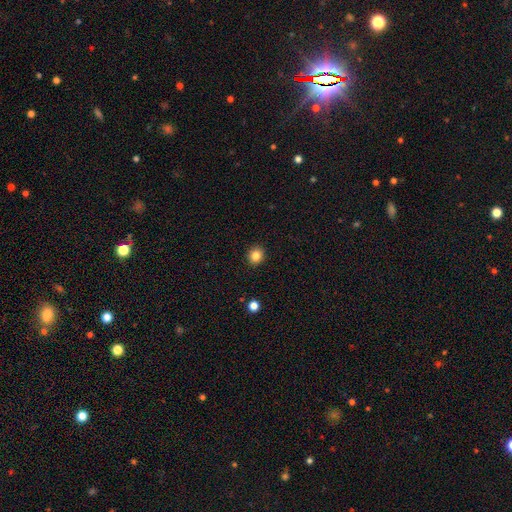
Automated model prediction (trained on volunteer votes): smooth_or_featured: smooth (p=0.84) [alt: star or artifact p=0.11]
how_rounded: round (p=0.86) [alt: in between p=0.13]
merging: none (p=0.92) [alt: minor disturbance p=0.05]